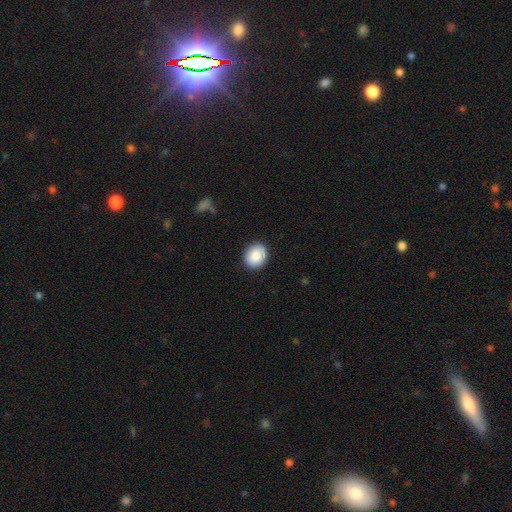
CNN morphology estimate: A smooth galaxy with no disk features (87%) that is round (59%). Merging: none (90%).